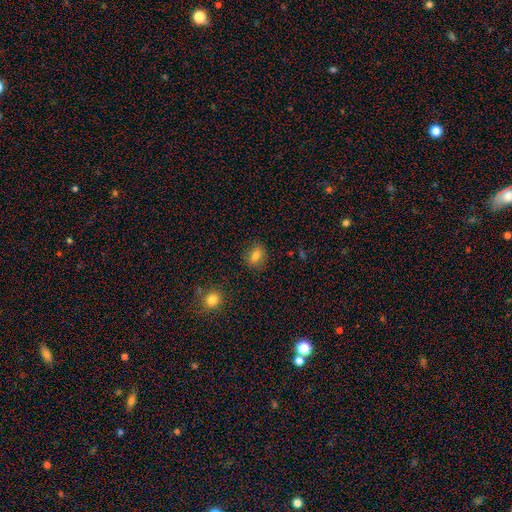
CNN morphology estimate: This is likely a smooth galaxy (79%). How rounded: possibly in between (50%). Merging: clearly none (86%).